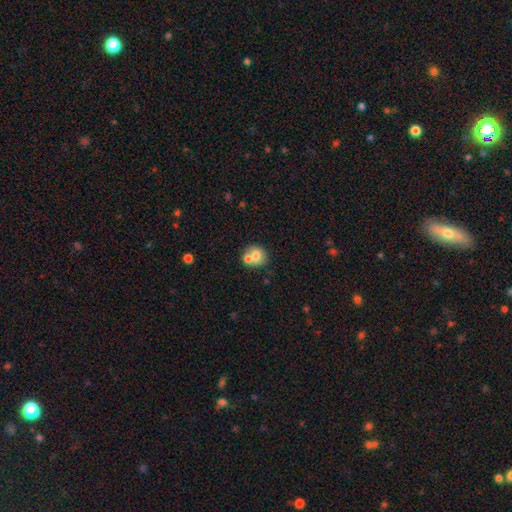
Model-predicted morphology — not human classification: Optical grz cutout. It shows a smooth galaxy with no disk features (72%) that is round (76%). Merging: none (51%).